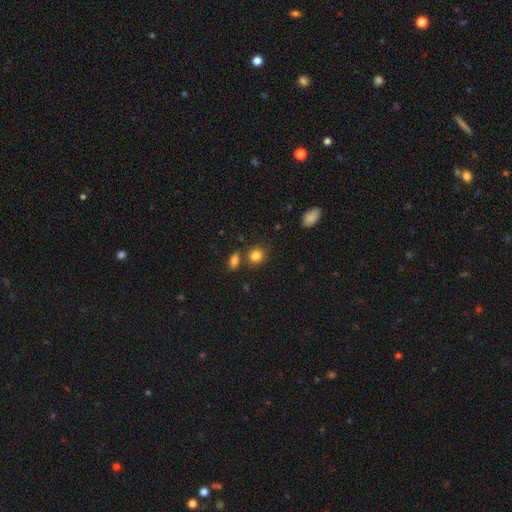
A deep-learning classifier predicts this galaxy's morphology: Smooth or featured?
  - smooth: 84% *
  - star or artifact: 10%
  - featured or disk: 5%
How rounded?
  - round: 76% *
  - in between: 22%
  - cigar-shaped: 1%
Merging?
  - none: 72% *
  - merger: 14%
  - minor disturbance: 10%
  - major disturbance: 3%